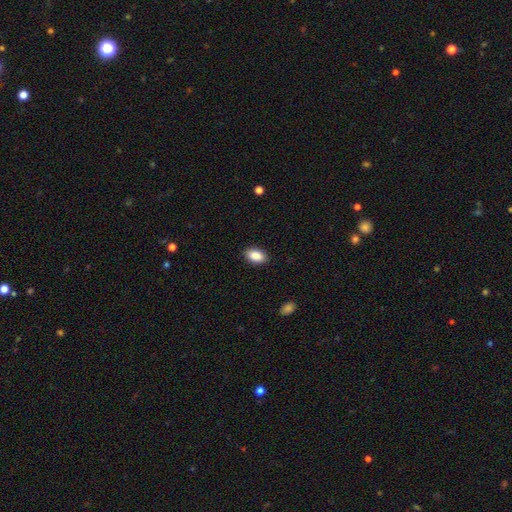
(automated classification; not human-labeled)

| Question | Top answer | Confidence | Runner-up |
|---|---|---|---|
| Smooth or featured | smooth | 89% | star or artifact (7%) |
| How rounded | in between | 91% | round (7%) |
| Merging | none | 89% | minor disturbance (8%) |